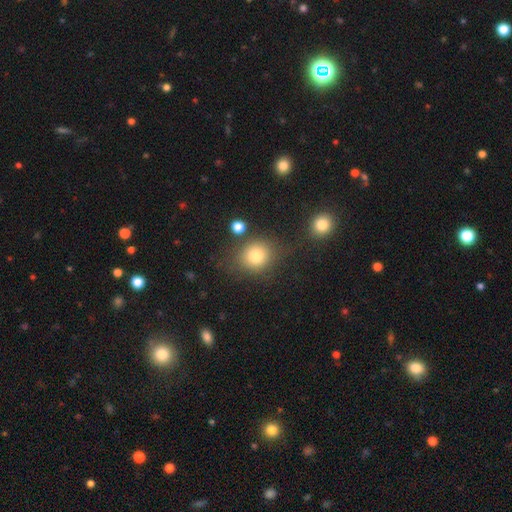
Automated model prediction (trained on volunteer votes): Q: Smooth or featured?
A: smooth (78%); runner-up: star or artifact (13%)
Q: How rounded?
A: round (81%); runner-up: in between (18%)
Q: Merging?
A: none (74%); runner-up: minor disturbance (12%)